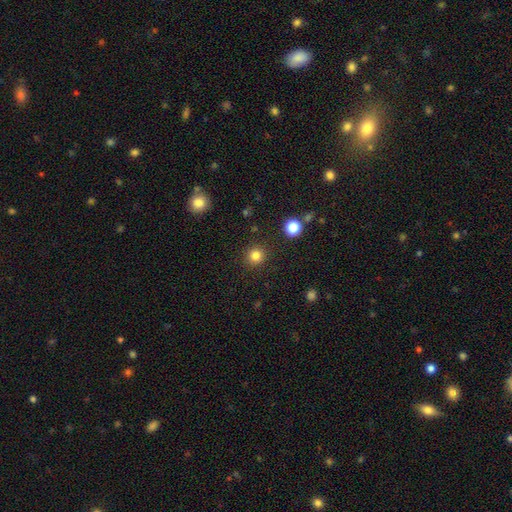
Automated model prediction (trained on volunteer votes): Q: Smooth or featured?
A: smooth (83%); runner-up: star or artifact (13%)
Q: How rounded?
A: round (93%); runner-up: in between (6%)
Q: Merging?
A: none (91%); runner-up: minor disturbance (5%)